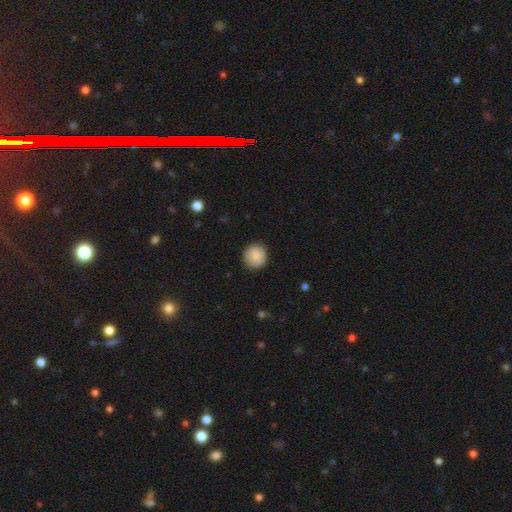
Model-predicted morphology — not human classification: Q: Smooth or featured?
A: smooth (88%); runner-up: star or artifact (7%)
Q: How rounded?
A: round (94%); runner-up: in between (5%)
Q: Merging?
A: none (91%); runner-up: minor disturbance (7%)